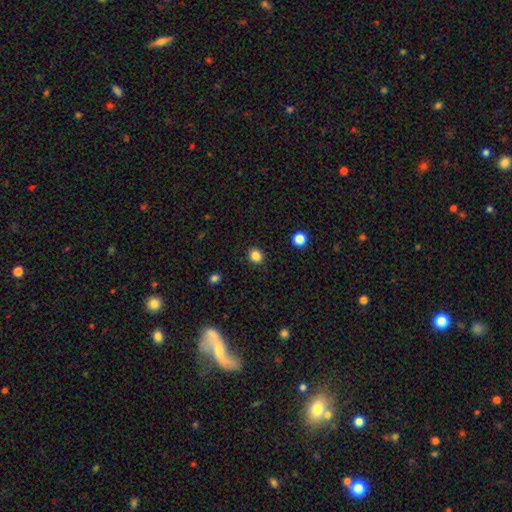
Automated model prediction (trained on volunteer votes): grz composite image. It shows a smooth galaxy with no disk features (84%) that is round (74%). Merging: none (89%).